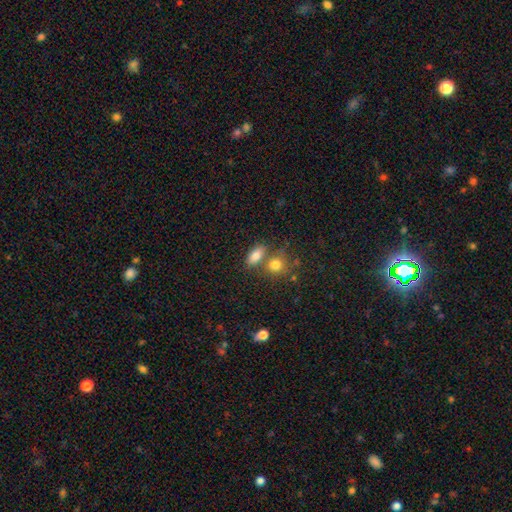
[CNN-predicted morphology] Smooth or featured? Predicted: smooth (p=0.81). How rounded? Predicted: in between (p=0.80). Merging? Predicted: none (p=0.55).